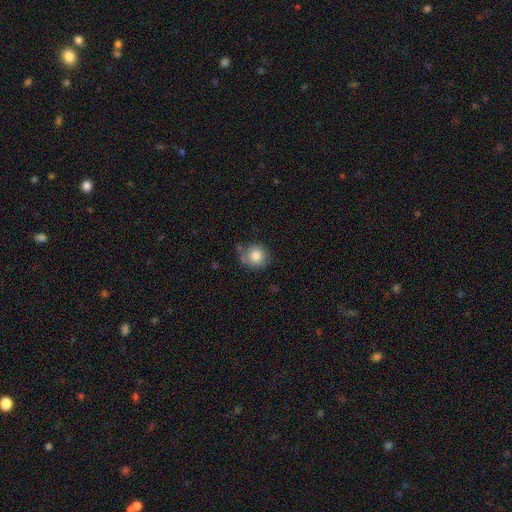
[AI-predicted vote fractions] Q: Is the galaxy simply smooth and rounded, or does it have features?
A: smooth — 81%.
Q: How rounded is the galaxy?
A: round — 88%.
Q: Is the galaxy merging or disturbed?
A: none — 64%.